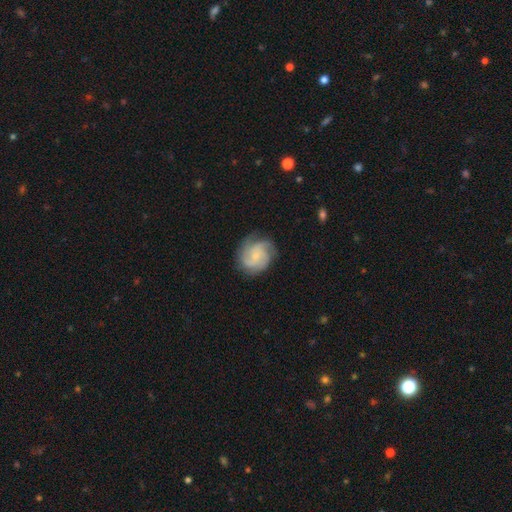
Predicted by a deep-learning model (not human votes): The model was most divided on "spiral winding": medium: 46%, tight: 40%, loose: 14%. More confident: edge-on disk — no (98%); spiral arms — yes (96%); merging — none (75%); smooth or featured — featured or disk (74%); bar — no (68%); bulge size — small (64%); spiral arm count — 3 (52%).